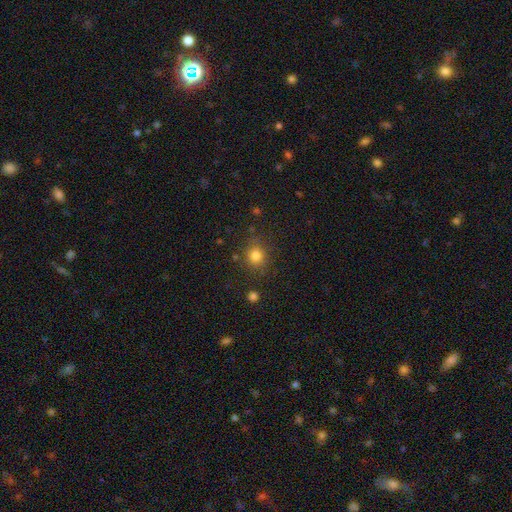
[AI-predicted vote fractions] This appears to be a smooth galaxy with no disk features (82%) that is round (86%). Merging: none (82%).